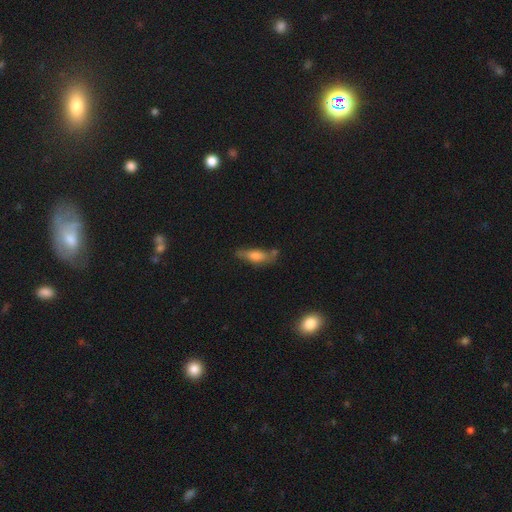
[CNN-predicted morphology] Smooth or featured: smooth — 60% (featured or disk — 30%)
How rounded: in between — 53% (cigar-shaped — 44%)
Merging: none — 57% (minor disturbance — 26%)